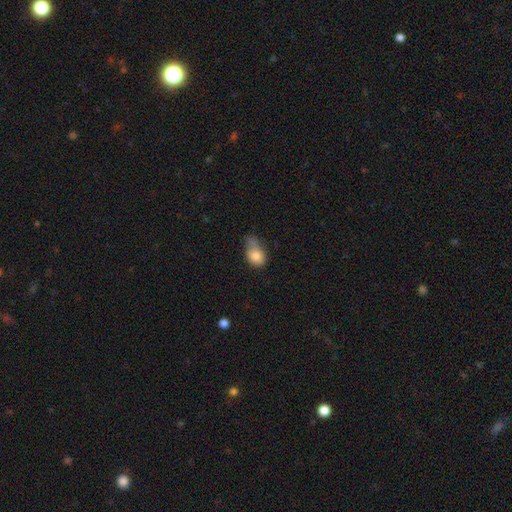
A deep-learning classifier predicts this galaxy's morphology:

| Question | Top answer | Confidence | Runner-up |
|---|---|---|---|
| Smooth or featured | smooth | 79% | featured or disk (12%) |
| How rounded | in between | 64% | round (35%) |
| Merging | minor disturbance | 34% | none (25%) |